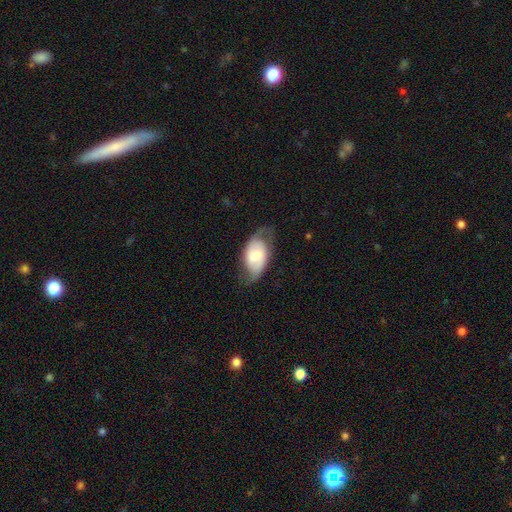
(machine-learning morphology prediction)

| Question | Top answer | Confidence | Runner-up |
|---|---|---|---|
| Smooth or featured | featured or disk | 58% | smooth (36%) |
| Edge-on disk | no | 93% | yes (7%) |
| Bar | no | 53% | weak (35%) |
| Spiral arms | yes | 80% | no (20%) |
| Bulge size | moderate | 50% | small (29%) |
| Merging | none | 62% | minor disturbance (23%) |